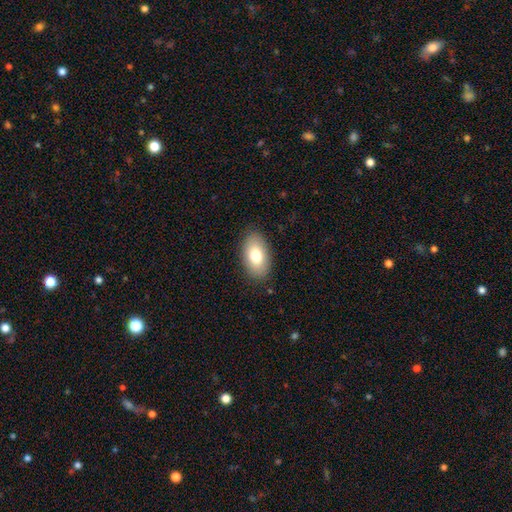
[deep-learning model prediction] Smooth or featured: smooth — 78% (featured or disk — 15%)
How rounded: in between — 94% (round — 5%)
Merging: none — 86% (minor disturbance — 10%)